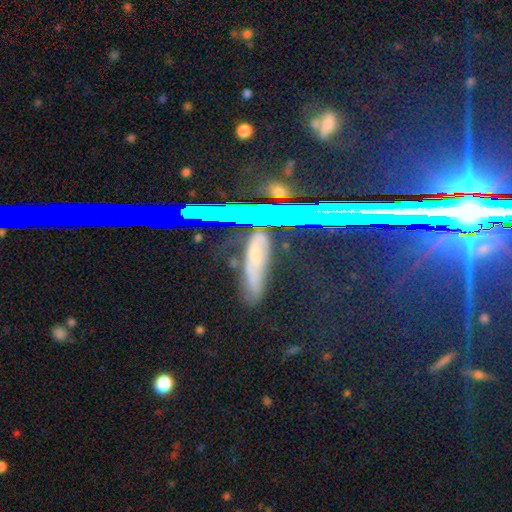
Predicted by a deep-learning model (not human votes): Smooth or featured? star or artifact (45%)